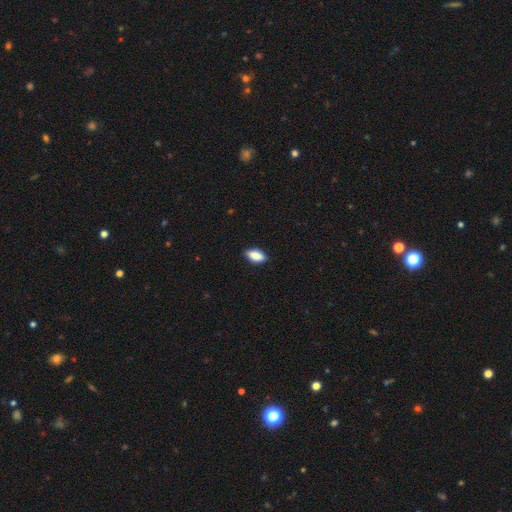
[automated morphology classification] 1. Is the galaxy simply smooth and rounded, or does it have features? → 87% smooth, 7% star or artifact, 6% featured or disk.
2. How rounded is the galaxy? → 90% in between, 7% cigar-shaped, 4% round.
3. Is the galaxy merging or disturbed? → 87% none, 10% minor disturbance, 2% major disturbance, 1% merger.